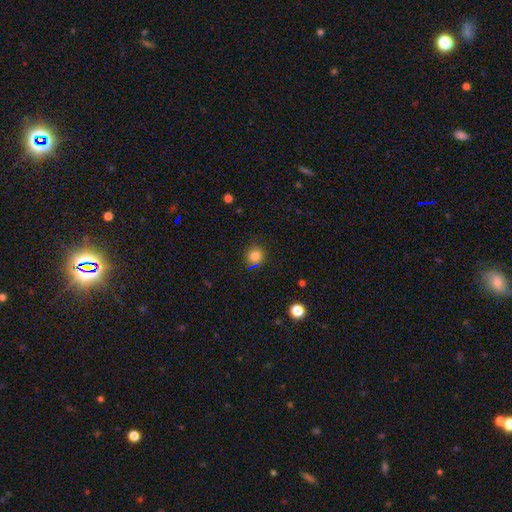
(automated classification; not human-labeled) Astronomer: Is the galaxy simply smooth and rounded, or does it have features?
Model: smooth — 81%.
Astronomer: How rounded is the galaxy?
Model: round — 91%.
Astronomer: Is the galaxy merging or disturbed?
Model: none — 84%.